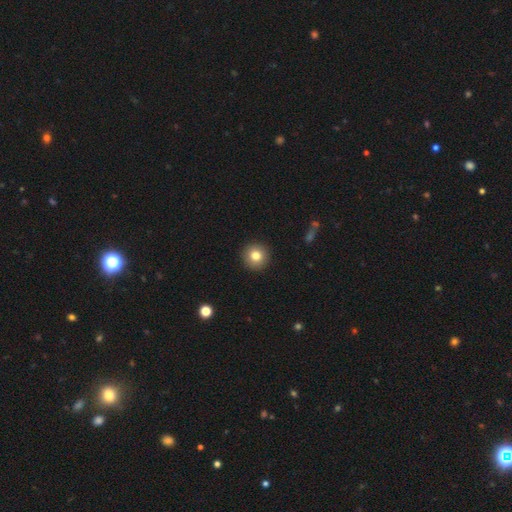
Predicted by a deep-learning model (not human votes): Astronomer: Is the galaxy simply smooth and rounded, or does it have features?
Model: smooth — 81%.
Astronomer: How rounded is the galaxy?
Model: round — 95%.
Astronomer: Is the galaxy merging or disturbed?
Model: none — 93%.